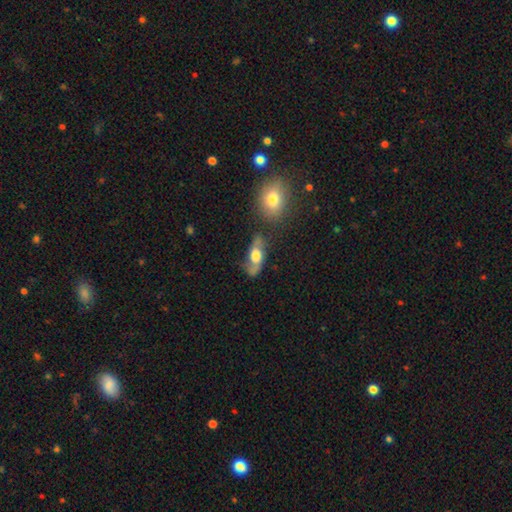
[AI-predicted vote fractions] Overall: featured or disk (57%; smooth 36%). Edge-on disk: no (80%). Merging: none (57%; minor disturbance 22%).